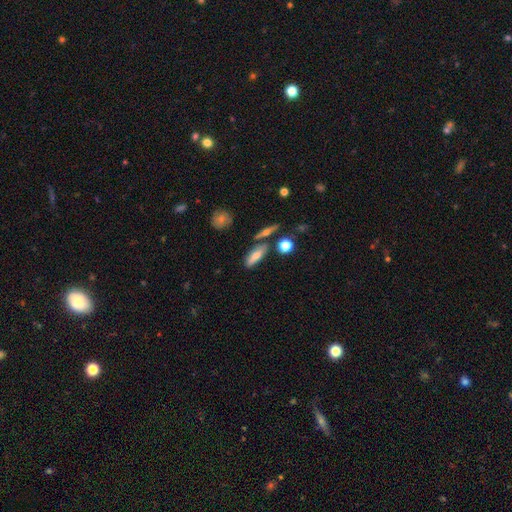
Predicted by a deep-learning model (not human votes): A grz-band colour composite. It shows a smooth galaxy with no disk features (65%) that is in between round and cigar-shaped (63%). Merging: none (69%).